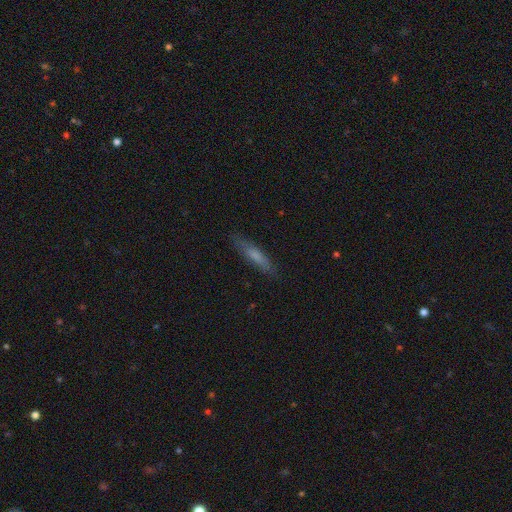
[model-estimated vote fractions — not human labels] Smooth or featured? Predicted: smooth (p=0.65). How rounded? Predicted: cigar-shaped (p=0.85). Merging? Predicted: none (p=0.85).